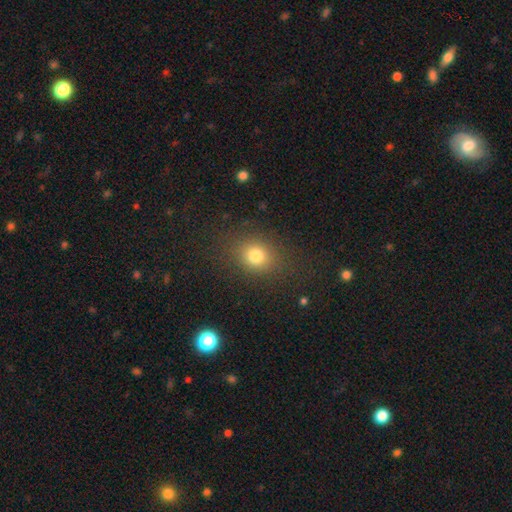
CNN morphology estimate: smooth-or-featured: smooth: 78% | star or artifact: 14% | featured or disk: 7%
  how-rounded: round: 64% | in between: 34% | cigar-shaped: 1%
  merging: none: 85% | minor disturbance: 9% | major disturbance: 5% | merger: 2%